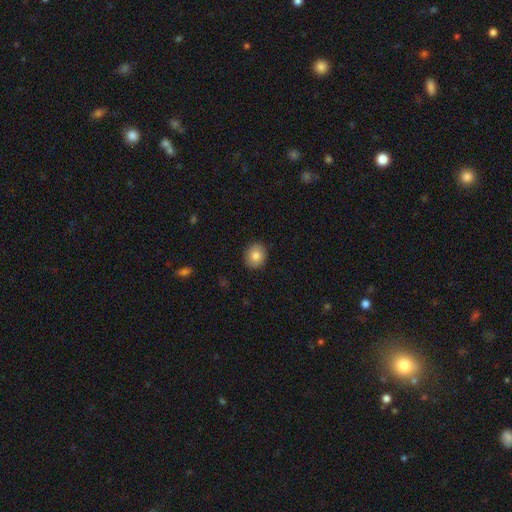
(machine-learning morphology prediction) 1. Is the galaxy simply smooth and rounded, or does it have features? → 82% smooth, 9% featured or disk, 8% star or artifact.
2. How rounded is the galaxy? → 72% round, 28% in between, 1% cigar-shaped.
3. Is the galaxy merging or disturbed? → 90% none, 7% minor disturbance, 2% major disturbance, 1% merger.